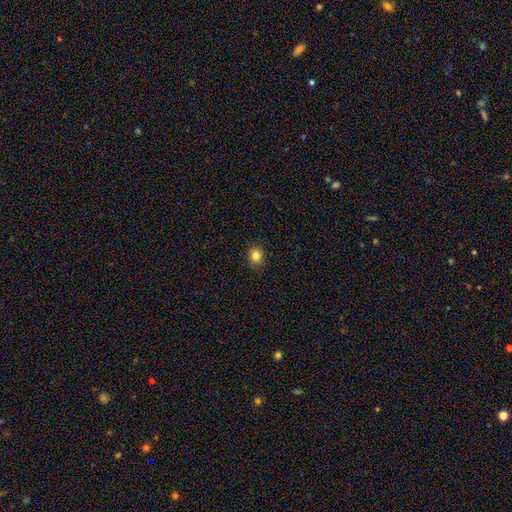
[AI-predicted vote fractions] smooth_or_featured: smooth (p=0.84) [alt: star or artifact p=0.11]
how_rounded: round (p=0.69) [alt: in between p=0.30]
merging: none (p=0.88) [alt: minor disturbance p=0.08]